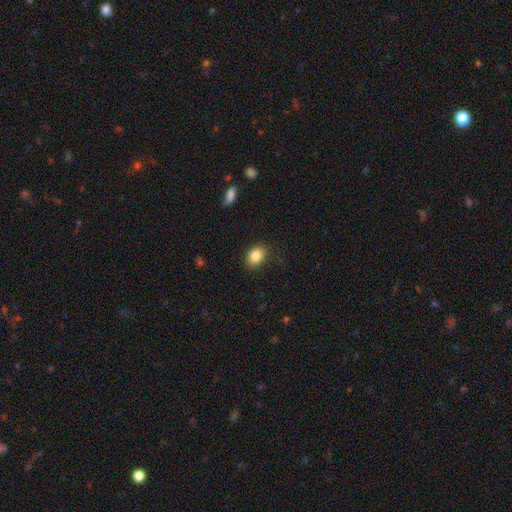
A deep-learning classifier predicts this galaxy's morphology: A smooth galaxy with no disk features (85%) that is in between round and cigar-shaped (63%).

Vote fractions:
- Smooth or featured? smooth: 85% / star or artifact: 9% / featured or disk: 6%
- How rounded? in between: 63% / round: 36% / cigar-shaped: 1%
- Merging? none: 85% / minor disturbance: 11% / major disturbance: 3% / merger: 1%